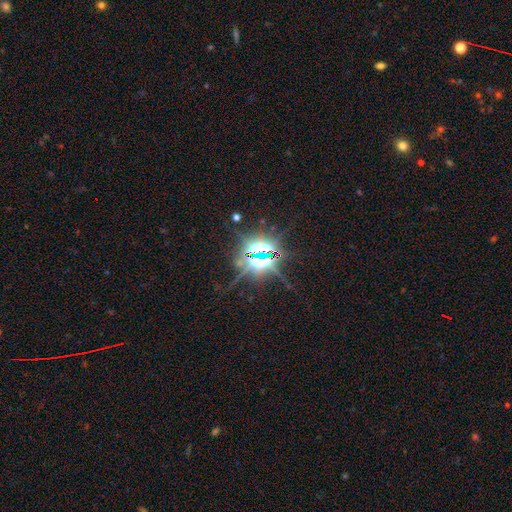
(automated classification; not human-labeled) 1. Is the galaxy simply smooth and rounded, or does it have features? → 77% star or artifact, 14% featured or disk, 9% smooth.